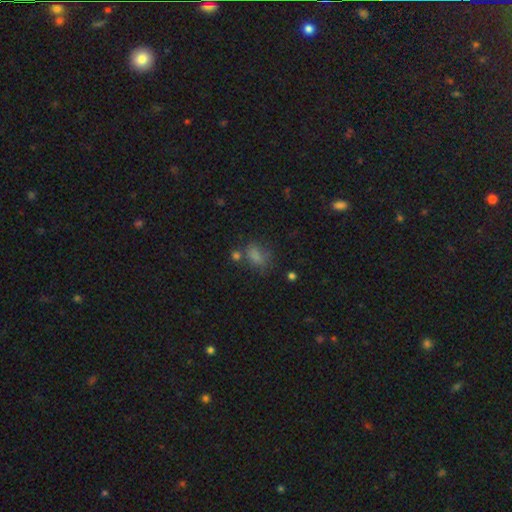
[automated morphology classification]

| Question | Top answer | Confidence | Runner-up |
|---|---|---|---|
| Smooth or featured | smooth | 74% | star or artifact (17%) |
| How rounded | in between | 78% | round (19%) |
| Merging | none | 48% | minor disturbance (24%) |